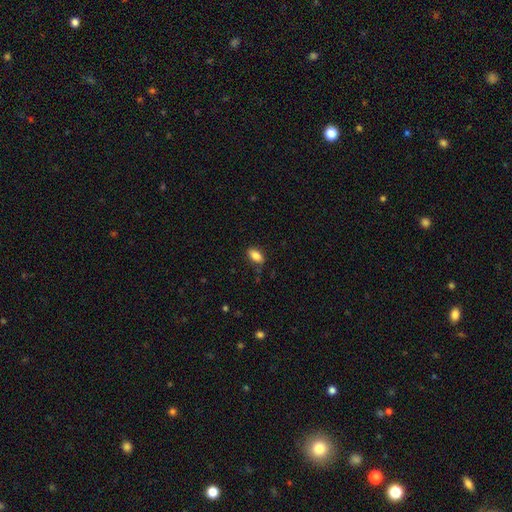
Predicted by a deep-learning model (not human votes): smooth_or_featured: smooth (p=0.86) [alt: star or artifact p=0.08]
how_rounded: in between (p=0.90) [alt: cigar-shaped p=0.06]
merging: none (p=0.79) [alt: minor disturbance p=0.16]